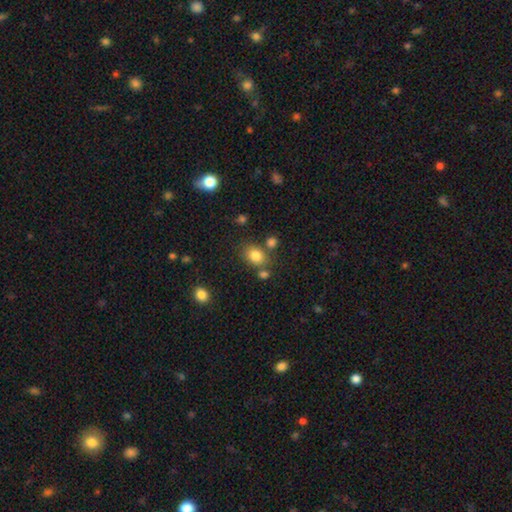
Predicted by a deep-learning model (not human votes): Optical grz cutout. It shows a smooth galaxy with no disk features (81%) that is in between round and cigar-shaped (57%). Merging: none (67%).